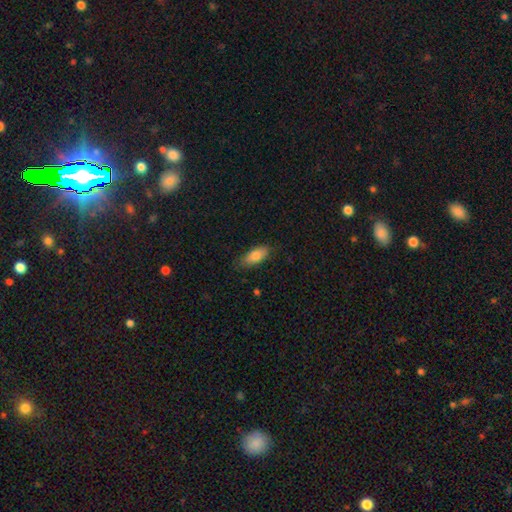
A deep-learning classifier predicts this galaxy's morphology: smooth_or_featured: smooth (p=0.78) [alt: featured or disk p=0.15]
how_rounded: in between (p=0.83) [alt: cigar-shaped p=0.14]
merging: none (p=0.79) [alt: minor disturbance p=0.17]